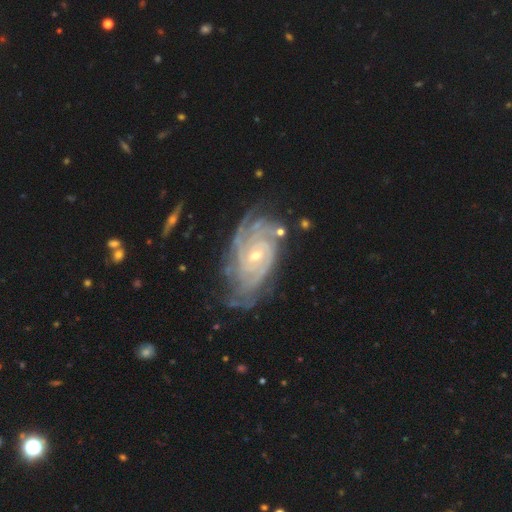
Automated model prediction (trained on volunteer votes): Q: Smooth or featured?
A: featured or disk (90%); runner-up: star or artifact (5%)
Q: Edge-on disk?
A: no (96%); runner-up: yes (4%)
Q: Bar?
A: no (59%); runner-up: weak (31%)
Q: Spiral arms?
A: yes (98%); runner-up: no (2%)
Q: Spiral winding?
A: tight (78%); runner-up: medium (19%)
Q: Spiral arm count?
A: can't tell (27%); runner-up: 4 (23%)
Q: Bulge size?
A: small (63%); runner-up: moderate (34%)
Q: Merging?
A: none (64%); runner-up: minor disturbance (23%)